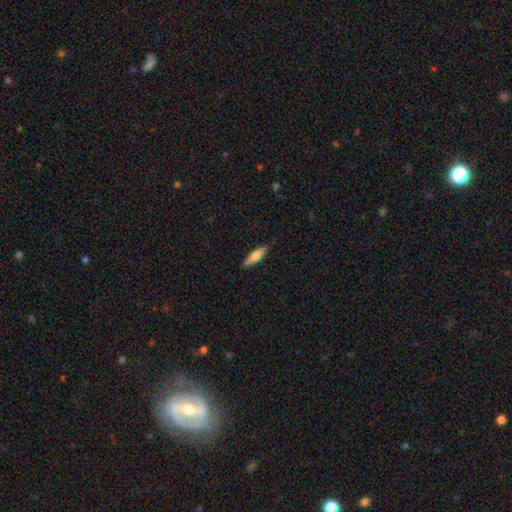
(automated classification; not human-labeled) Smooth or featured? Predicted: smooth (p=0.64). How rounded? Predicted: cigar-shaped (p=0.69). Merging? Predicted: none (p=0.87).